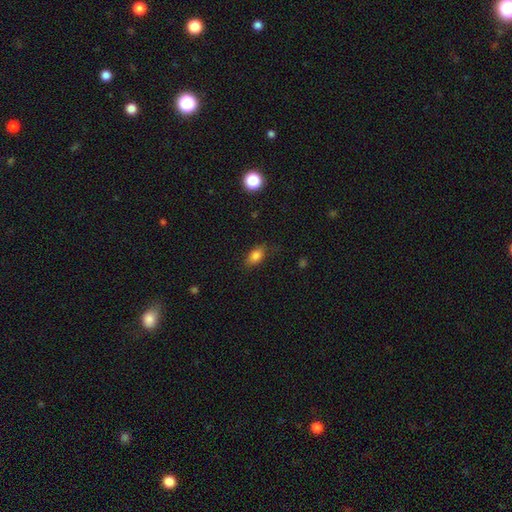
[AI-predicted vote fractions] Q: Smooth or featured?
A: smooth (82%); runner-up: star or artifact (10%)
Q: How rounded?
A: in between (85%); runner-up: round (11%)
Q: Merging?
A: none (77%); runner-up: minor disturbance (17%)